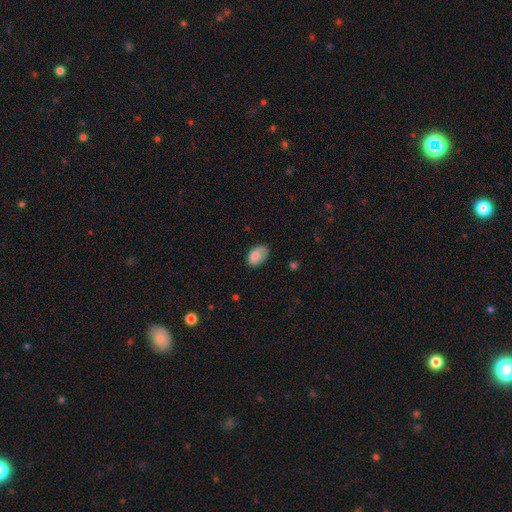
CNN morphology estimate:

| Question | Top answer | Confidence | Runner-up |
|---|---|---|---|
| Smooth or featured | smooth | 84% | featured or disk (9%) |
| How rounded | in between | 88% | round (11%) |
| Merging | none | 66% | minor disturbance (27%) |